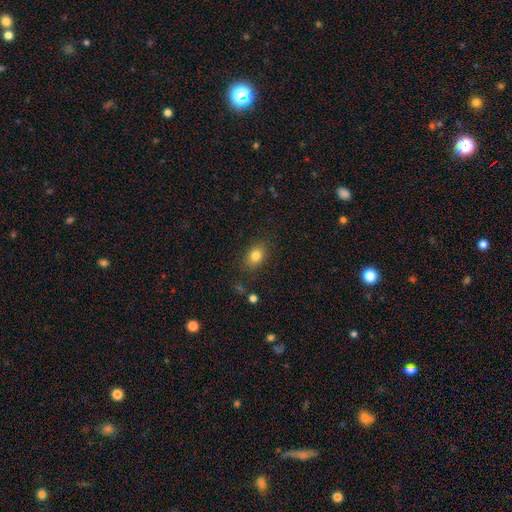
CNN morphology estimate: A smooth galaxy with no disk features (82%) that is in between round and cigar-shaped (65%). Merging: none (84%).